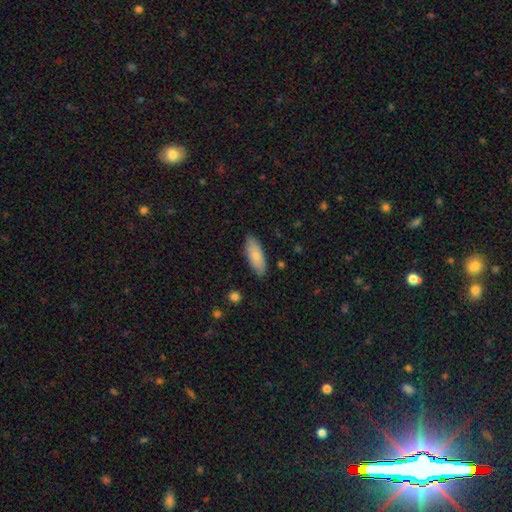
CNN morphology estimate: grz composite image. It shows a smooth galaxy with no disk features (82%) that is in between round and cigar-shaped (71%). Merging: none (87%).